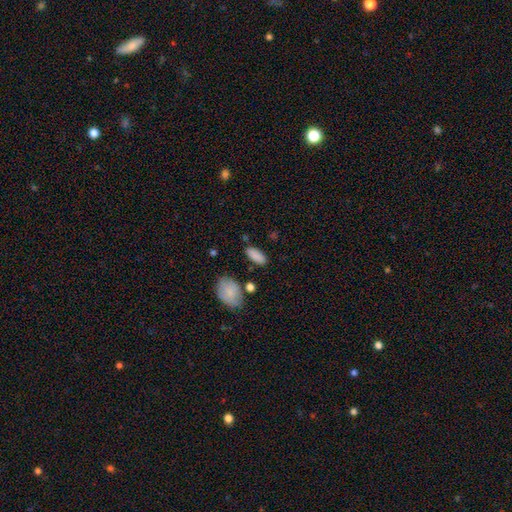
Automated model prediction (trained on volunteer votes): smooth 87%, star or artifact 7%, featured or disk 6%. Down the decision tree: how rounded — in between (82%); merging — none (80%).